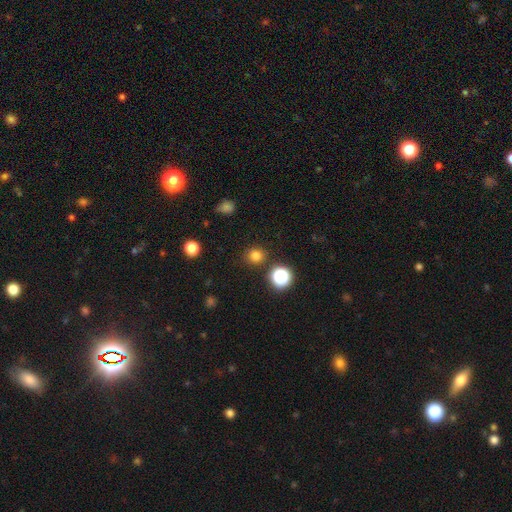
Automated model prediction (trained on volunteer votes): Smooth or featured? smooth (79%)
How rounded? round (90%)
Merging? none (88%)